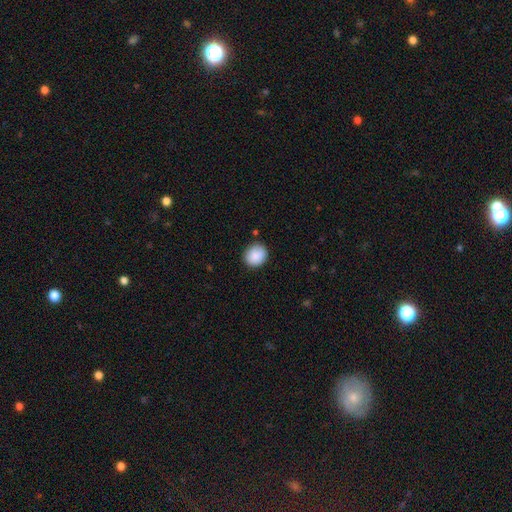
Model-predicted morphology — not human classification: Overall: smooth (89%). How rounded: round (74%). Merging: none (86%).